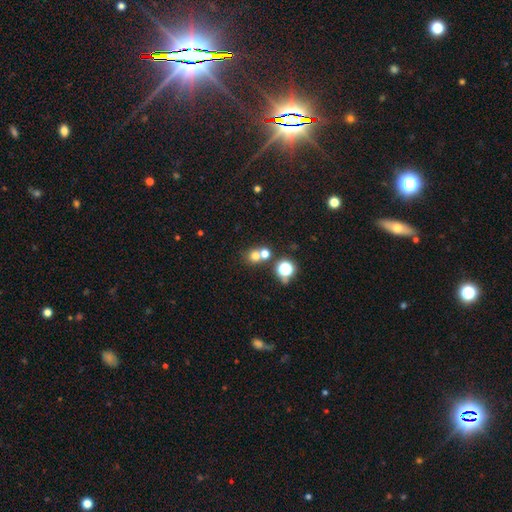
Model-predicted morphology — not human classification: This is likely a smooth galaxy (68%). How rounded: clearly round (83%). Merging: possibly none (50%).